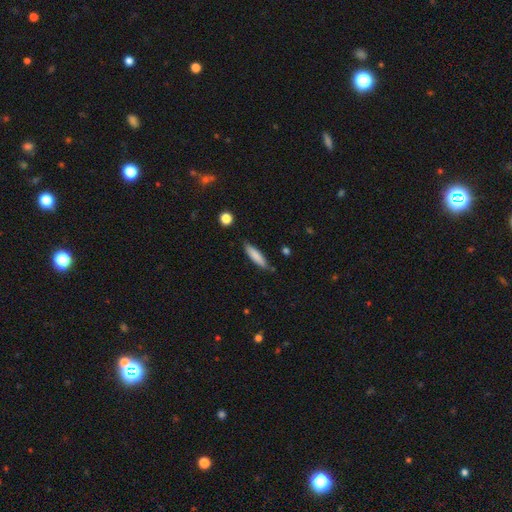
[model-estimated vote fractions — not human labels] smooth 81%, featured or disk 12%, star or artifact 6%. Down the decision tree: how rounded — cigar-shaped (77%); merging — none (83%).